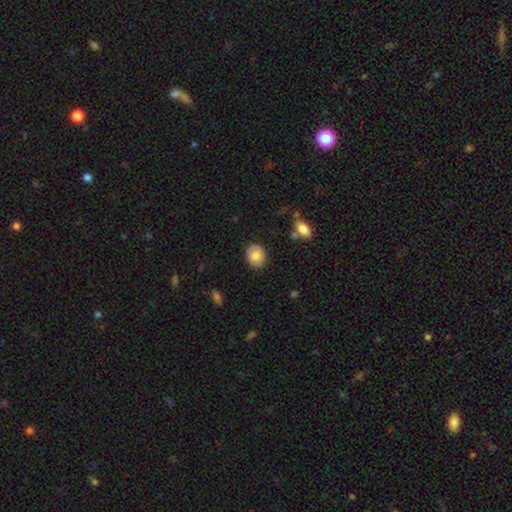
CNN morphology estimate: A smooth galaxy with no disk features (80%) that is round (54%).

Vote fractions:
- Smooth or featured? smooth: 80% / featured or disk: 13% / star or artifact: 7%
- How rounded? round: 54% / in between: 45% / cigar-shaped: 1%
- Merging? none: 87% / minor disturbance: 9% / major disturbance: 2% / merger: 1%